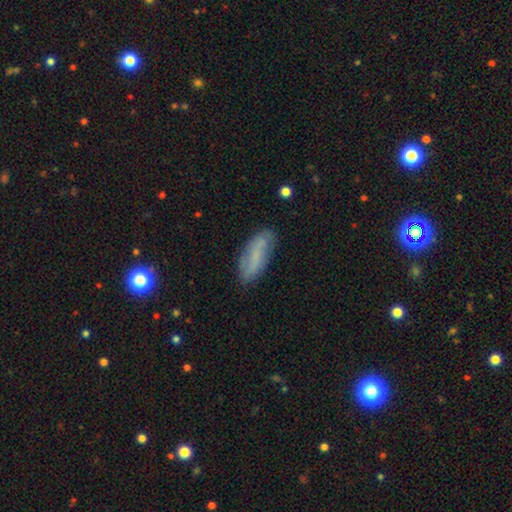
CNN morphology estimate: type=smooth (60%); roundness=in between (60%); merging=none (78%).